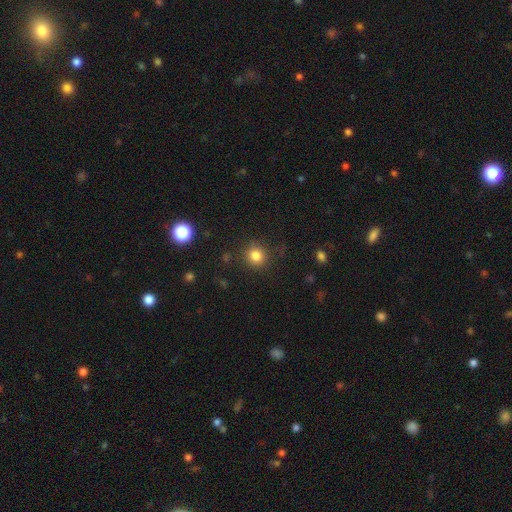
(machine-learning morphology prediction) smooth_or_featured: smooth (p=0.83) [alt: star or artifact p=0.12]
how_rounded: round (p=0.91) [alt: in between p=0.08]
merging: none (p=0.87) [alt: minor disturbance p=0.08]